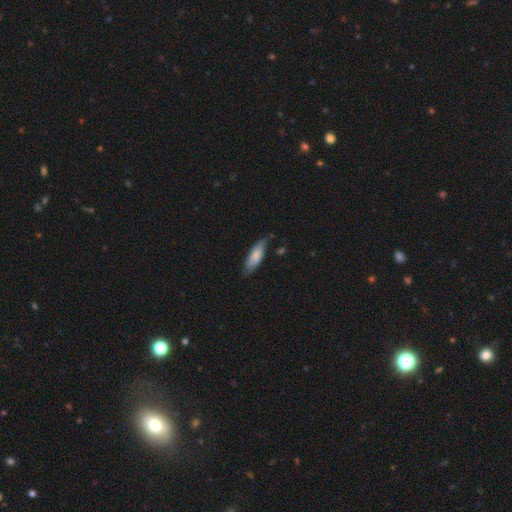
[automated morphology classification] Q: Smooth or featured?
A: smooth (76%); runner-up: featured or disk (19%)
Q: How rounded?
A: in between (55%); runner-up: cigar-shaped (44%)
Q: Merging?
A: none (72%); runner-up: minor disturbance (22%)